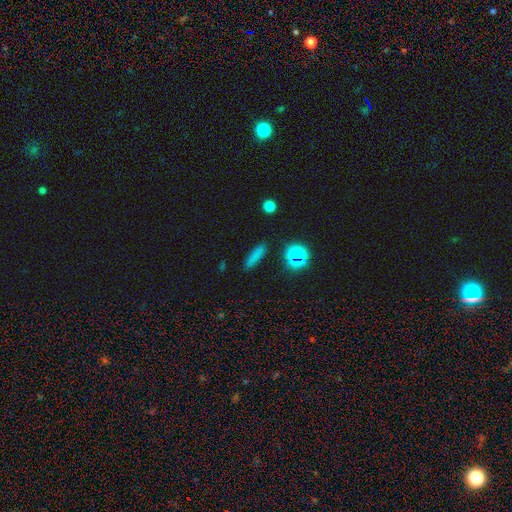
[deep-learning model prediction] The model was most divided on "how rounded": cigar-shaped: 73%, in between: 22%, round: 5%. More confident: merging — none (86%); smooth or featured — smooth (74%).